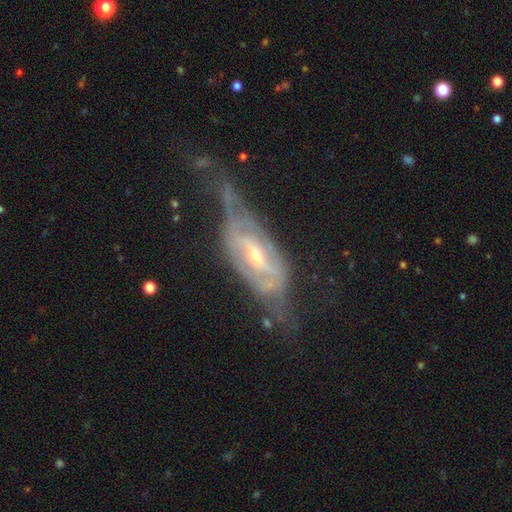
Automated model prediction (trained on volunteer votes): A featured or disk galaxy (82%) with a weak bar (40%), spiral arms (71%) and a moderate central bulge (48%).

Vote fractions:
- Smooth or featured? featured or disk: 82% / smooth: 11% / star or artifact: 7%
- Edge-on disk? no: 77% / yes: 23%
- Bar? weak: 40% / strong: 32% / no: 28%
- Spiral arms? yes: 71% / no: 29%
- Bulge size? moderate: 48% / small: 47% / large: 3% / none: 1% / dominant: 1%
- Merging? none: 41% / major disturbance: 31% / minor disturbance: 25% / merger: 3%